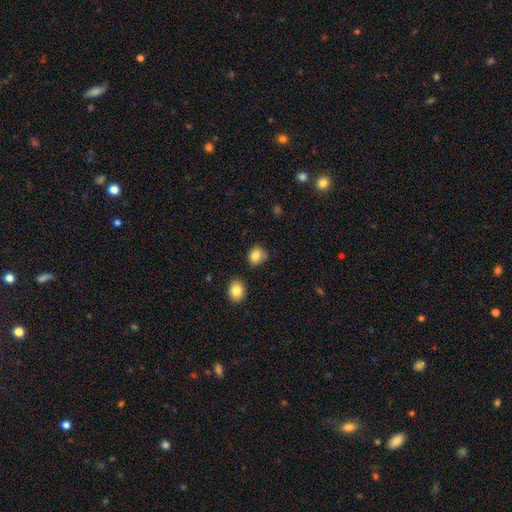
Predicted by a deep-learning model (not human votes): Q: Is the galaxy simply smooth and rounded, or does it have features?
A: smooth — 84%.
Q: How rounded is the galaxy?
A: round — 70%.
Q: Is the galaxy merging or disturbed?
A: none — 74%.